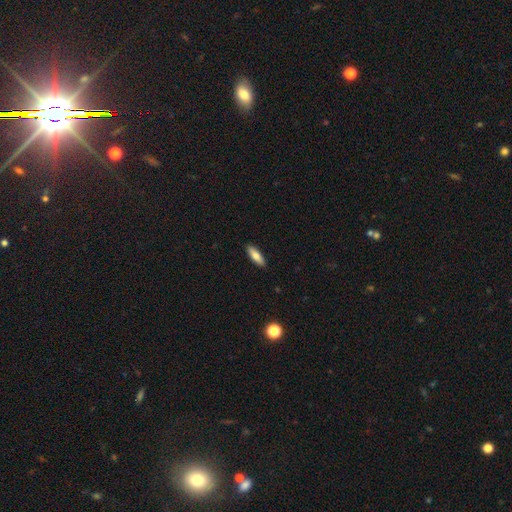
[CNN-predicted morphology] A smooth galaxy with no disk features (77%) that is in between round and cigar-shaped (52%). Merging: none (89%).